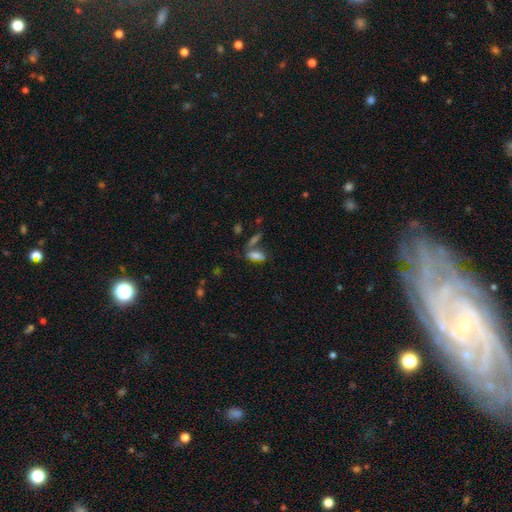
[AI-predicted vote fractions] Smooth or featured?
  - smooth: 80% *
  - star or artifact: 11%
  - featured or disk: 9%
How rounded?
  - in between: 76% *
  - cigar-shaped: 21%
  - round: 3%
Merging?
  - none: 55% *
  - merger: 23%
  - minor disturbance: 15%
  - major disturbance: 7%